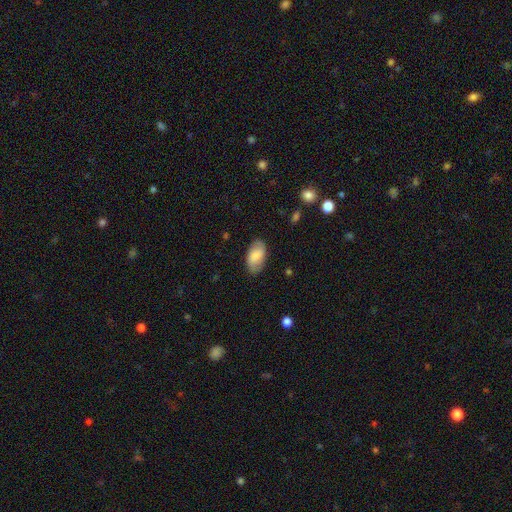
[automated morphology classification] This appears to be a smooth galaxy with no disk features (75%) that is in between round and cigar-shaped (95%). Merging: none (82%).